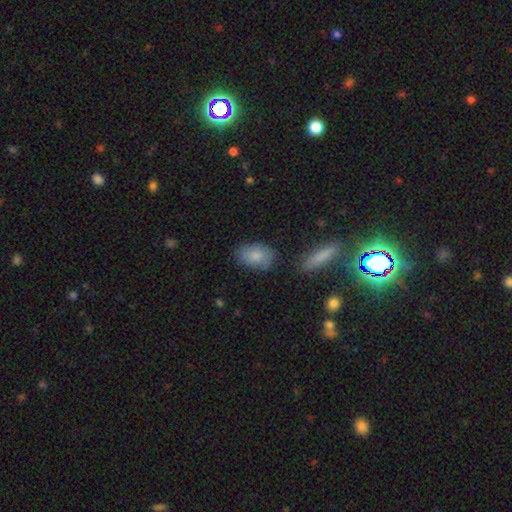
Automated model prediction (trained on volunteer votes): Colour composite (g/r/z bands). It shows a smooth galaxy with no disk features (83%) that is in between round and cigar-shaped (86%). Merging: none (72%).